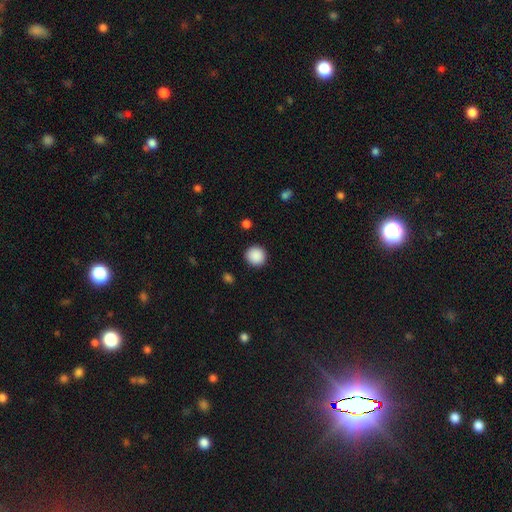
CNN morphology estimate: Overall: smooth (89%). How rounded: round (94%). Merging: none (92%).